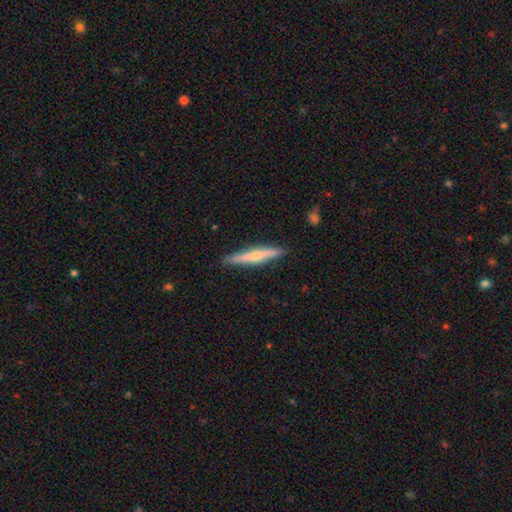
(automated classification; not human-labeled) Smooth or featured: featured or disk — 49% (smooth — 46%)
Merging: none — 89% (minor disturbance — 8%)